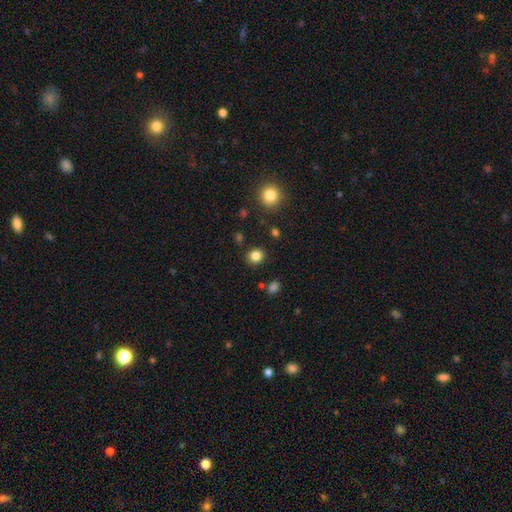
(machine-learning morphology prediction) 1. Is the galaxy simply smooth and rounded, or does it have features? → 84% smooth, 12% star or artifact, 4% featured or disk.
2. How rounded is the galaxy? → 76% round, 23% in between, 1% cigar-shaped.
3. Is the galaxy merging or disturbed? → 87% none, 8% minor disturbance, 3% major disturbance, 3% merger.